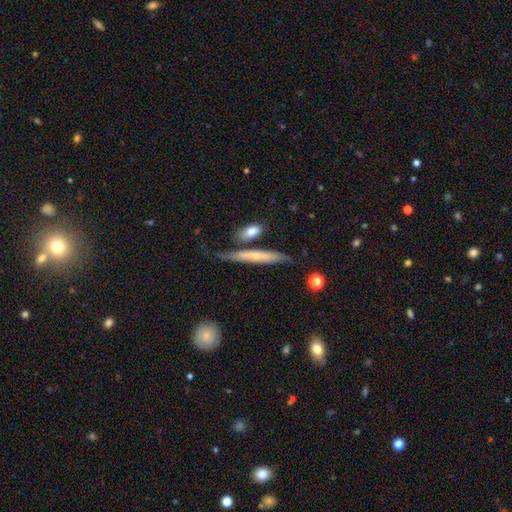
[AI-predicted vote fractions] A smooth galaxy with no disk features (48%).

Vote fractions:
- Smooth or featured? smooth: 48% / featured or disk: 46% / star or artifact: 6%
- Merging? none: 69% / minor disturbance: 18% / merger: 8% / major disturbance: 5%